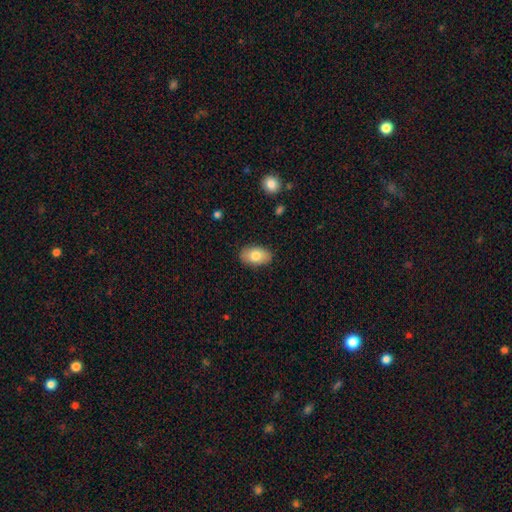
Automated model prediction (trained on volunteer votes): Smooth or featured? Predicted: smooth (p=0.79). How rounded? Predicted: in between (p=0.92). Merging? Predicted: none (p=0.86).